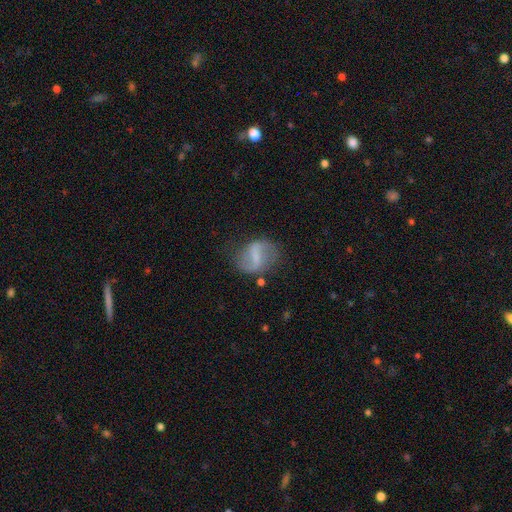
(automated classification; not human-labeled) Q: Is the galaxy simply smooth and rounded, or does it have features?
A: featured or disk — 73%.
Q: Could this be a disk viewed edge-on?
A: no — 97%.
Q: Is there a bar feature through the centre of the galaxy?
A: strong — 52%.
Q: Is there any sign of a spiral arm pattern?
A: yes — 82%.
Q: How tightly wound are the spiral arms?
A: loose — 60%.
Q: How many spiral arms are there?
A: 2 — 87%.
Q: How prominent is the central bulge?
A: none — 43%.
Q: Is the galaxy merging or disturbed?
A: none — 69%.